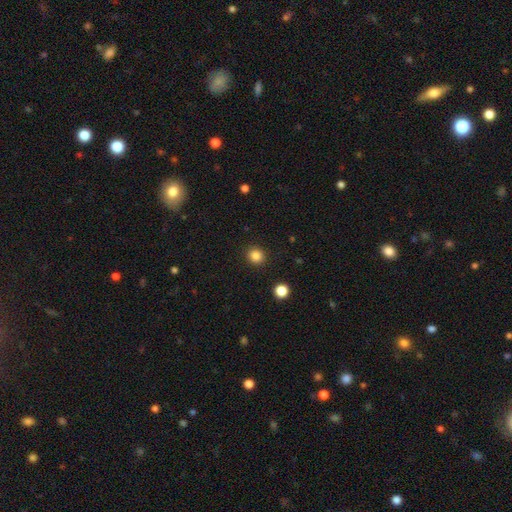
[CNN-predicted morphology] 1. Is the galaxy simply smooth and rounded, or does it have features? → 85% smooth, 11% star or artifact, 4% featured or disk.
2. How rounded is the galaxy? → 86% round, 13% in between, 1% cigar-shaped.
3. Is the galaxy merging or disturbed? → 91% none, 5% minor disturbance, 2% major disturbance, 1% merger.